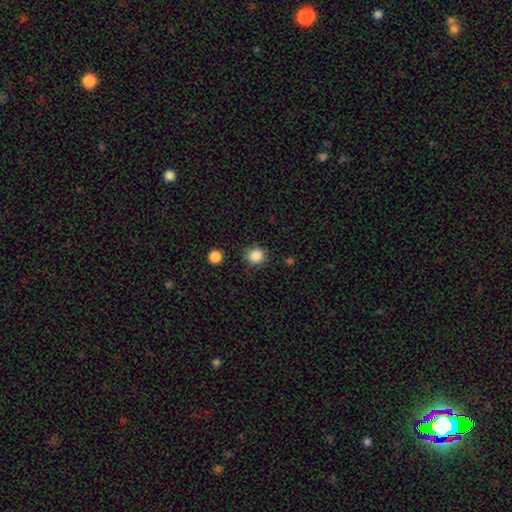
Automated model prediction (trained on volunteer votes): The model was most divided on "smooth or featured": smooth: 86%, star or artifact: 10%, featured or disk: 4%. More confident: how rounded — round (90%); merging — none (87%).